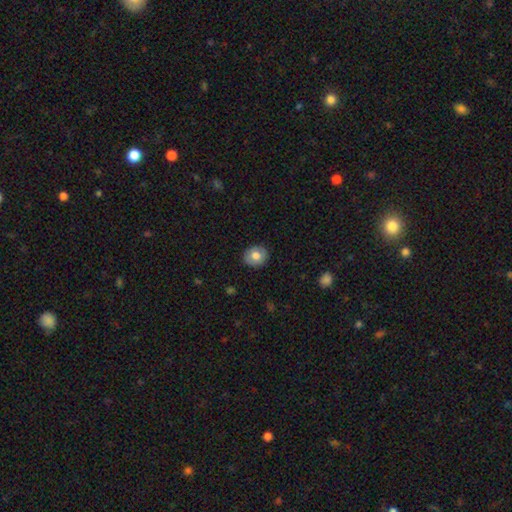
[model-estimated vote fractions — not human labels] Smooth or featured: smooth — 75% (featured or disk — 17%)
How rounded: round — 73% (in between — 26%)
Merging: none — 87% (minor disturbance — 10%)